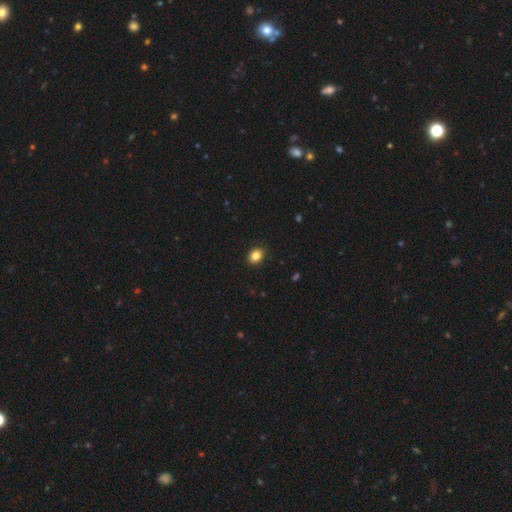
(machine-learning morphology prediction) Q: Smooth or featured?
A: smooth (85%); runner-up: star or artifact (10%)
Q: How rounded?
A: round (52%); runner-up: in between (47%)
Q: Merging?
A: none (89%); runner-up: minor disturbance (8%)